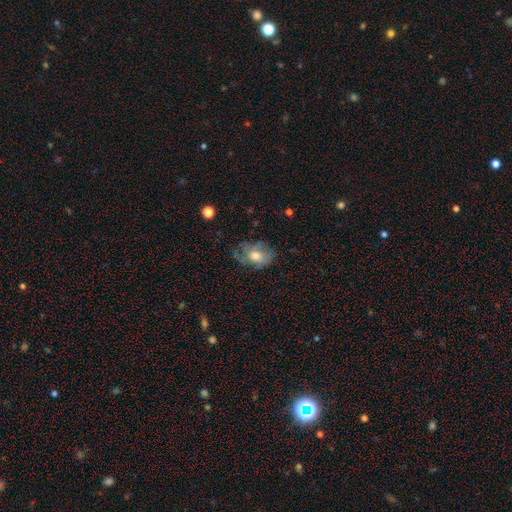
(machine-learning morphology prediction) Overall: smooth (59%; featured or disk 31%). How rounded: in between (74%). Merging: none (55%; minor disturbance 29%).